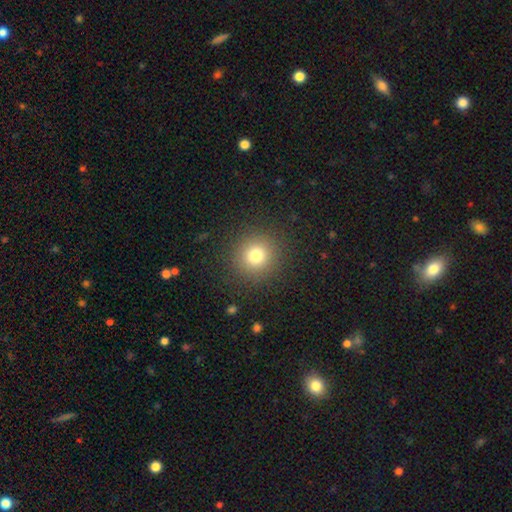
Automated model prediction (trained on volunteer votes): smooth 76%, star or artifact 15%, featured or disk 9%. Down the decision tree: how rounded — round (93%); merging — none (89%).